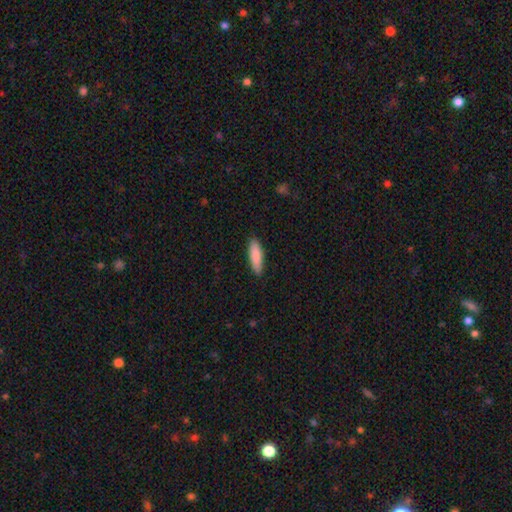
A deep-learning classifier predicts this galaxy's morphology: Smooth or featured? Predicted: smooth (p=0.86). How rounded? Predicted: cigar-shaped (p=0.60). Merging? Predicted: none (p=0.88).